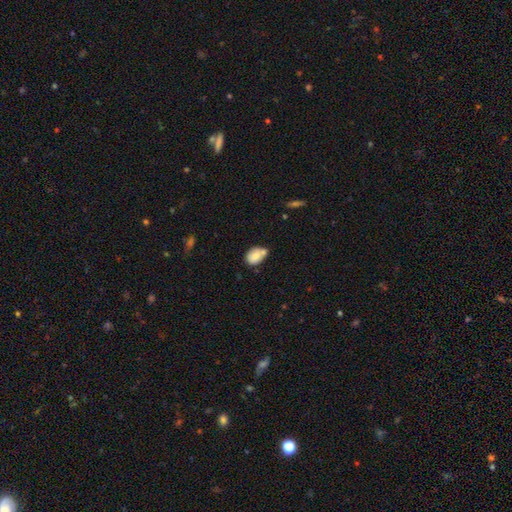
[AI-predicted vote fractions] This appears to be a smooth galaxy with no disk features (77%) that is in between round and cigar-shaped (77%). Merging: none (44%).